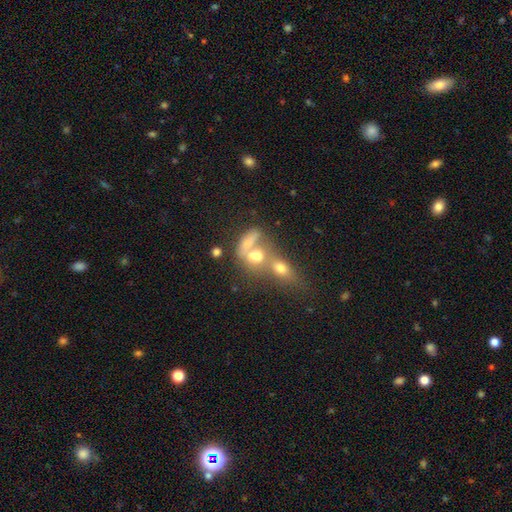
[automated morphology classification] smooth 58%, featured or disk 28%, star or artifact 14%. Down the decision tree: how rounded — in between (56%); merging — merger (64%).